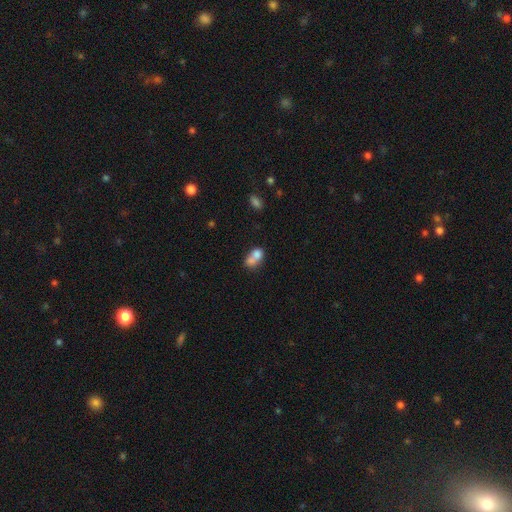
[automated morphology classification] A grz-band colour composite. It shows a smooth galaxy with no disk features (72%) that is in between round and cigar-shaped (66%). Merging: merger (62%).